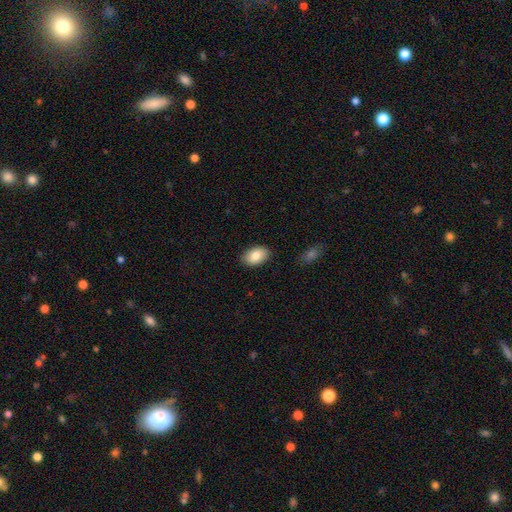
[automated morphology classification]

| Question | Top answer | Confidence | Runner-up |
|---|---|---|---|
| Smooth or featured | smooth | 83% | featured or disk (11%) |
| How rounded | in between | 91% | round (8%) |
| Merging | none | 87% | minor disturbance (10%) |